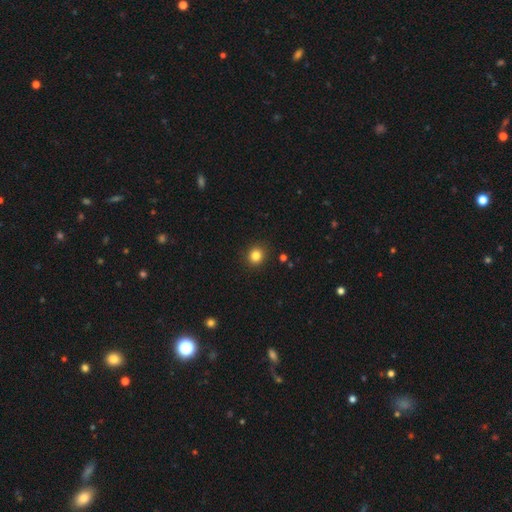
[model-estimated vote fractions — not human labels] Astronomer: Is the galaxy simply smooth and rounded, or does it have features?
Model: smooth — 83%.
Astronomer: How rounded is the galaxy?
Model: round — 84%.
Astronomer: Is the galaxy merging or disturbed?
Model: none — 91%.